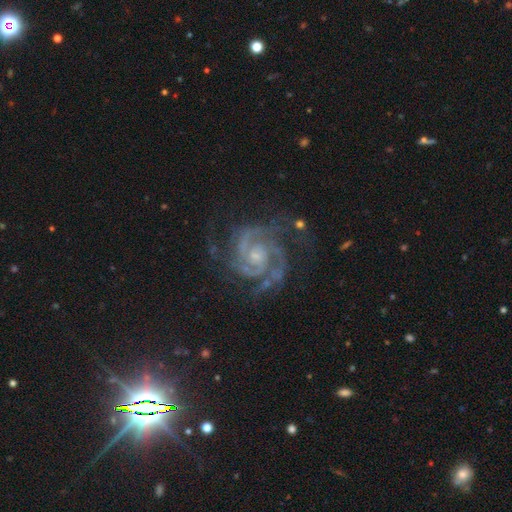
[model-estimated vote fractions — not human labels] Morphology: type=featured or disk (91%); edge-on=no (98%); bar=no (65%); spiral arms=yes (98%); winding=tight (56%); arm count=2 (51%); bulge=small (63%); merging=none (69%).